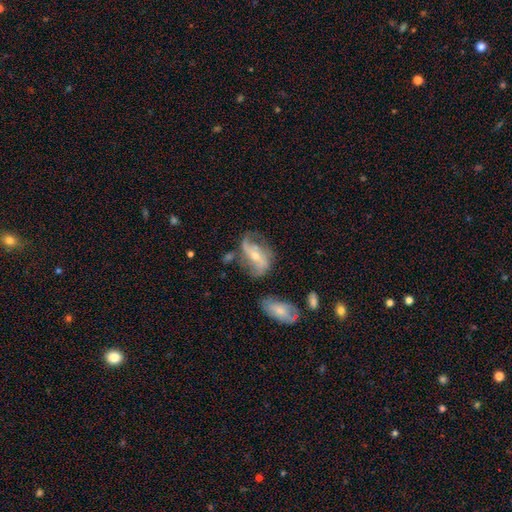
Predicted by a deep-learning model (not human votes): smooth-or-featured: featured or disk: 79% | smooth: 14% | star or artifact: 7%
  disk-edge-on: no: 95% | yes: 5%
    bar: weak: 35% | no: 33% | strong: 32%
    has-spiral-arms: yes: 90% | no: 10%
      spiral-winding: loose: 64% | medium: 27% | tight: 9%
      spiral-arm-count: 2: 80% | can't tell: 8% | 1: 6% | 3: 4% | 4: 1% | more than 4: 1%
    bulge-size: small: 48% (tied) | moderate: 48% (tied) | large: 2% | none: 2% | dominant: 1%
  merging: none: 53% | minor disturbance: 23% | major disturbance: 17% | merger: 7%